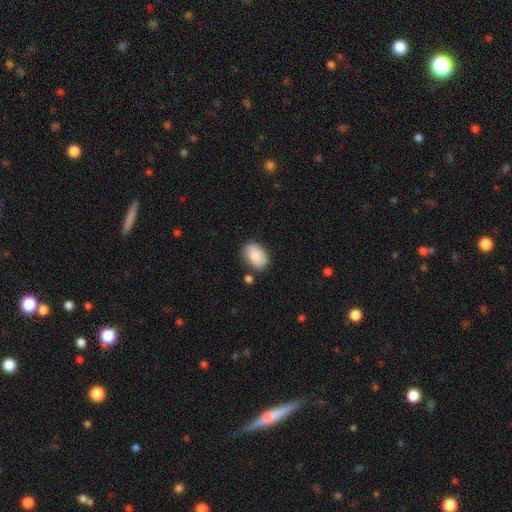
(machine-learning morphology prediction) Overall: smooth (85%). How rounded: in between (87%). Merging: none (77%).